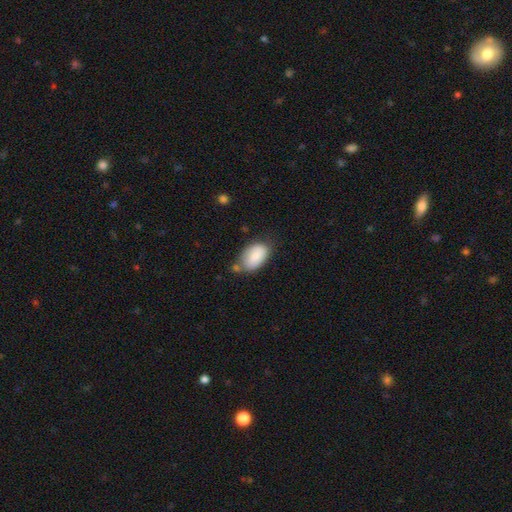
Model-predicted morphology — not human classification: The model was most divided on "merging": none: 57%, minor disturbance: 27%, merger: 10%, major disturbance: 7%. More confident: how rounded — in between (92%); smooth or featured — smooth (82%).